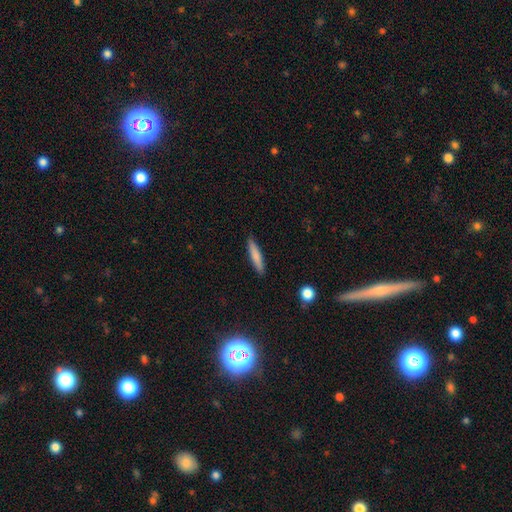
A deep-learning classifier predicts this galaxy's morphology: smooth-or-featured: smooth: 78% | featured or disk: 16% | star or artifact: 6%
  how-rounded: cigar-shaped: 89% | in between: 10% | round: 1%
  merging: none: 89% | minor disturbance: 8% | major disturbance: 2% | merger: 1%